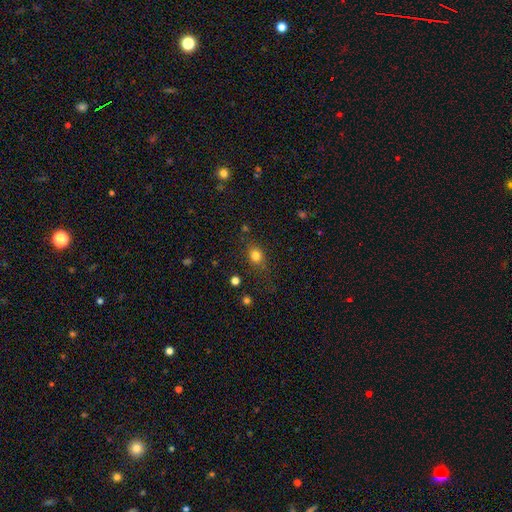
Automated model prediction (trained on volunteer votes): smooth-or-featured: smooth: 80% | star or artifact: 13% | featured or disk: 7%
  how-rounded: round: 58% | in between: 41% | cigar-shaped: 2%
  merging: none: 76% | minor disturbance: 15% | major disturbance: 6% | merger: 3%